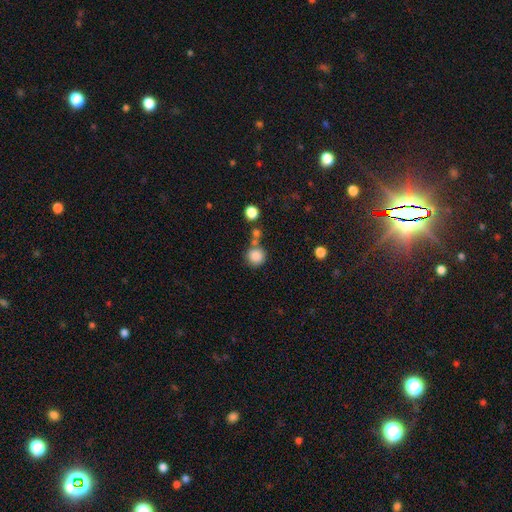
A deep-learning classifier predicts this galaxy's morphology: Overall: smooth (85%). How rounded: round (92%). Merging: none (65%).